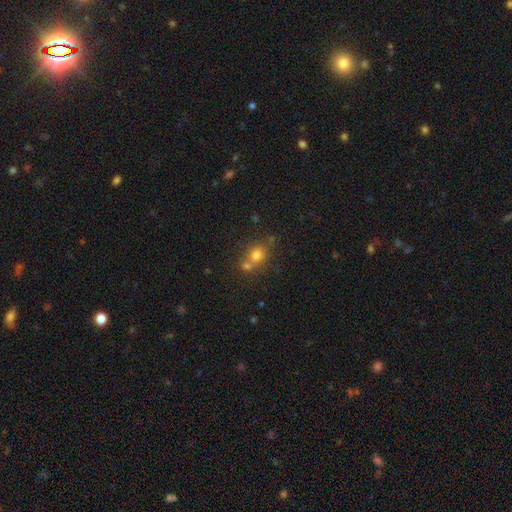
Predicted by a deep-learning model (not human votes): smooth-or-featured: smooth: 74% | star or artifact: 15% | featured or disk: 11%
  how-rounded: round: 73% | in between: 26% | cigar-shaped: 1%
  merging: none: 48% | merger: 40% | minor disturbance: 9% | major disturbance: 3%